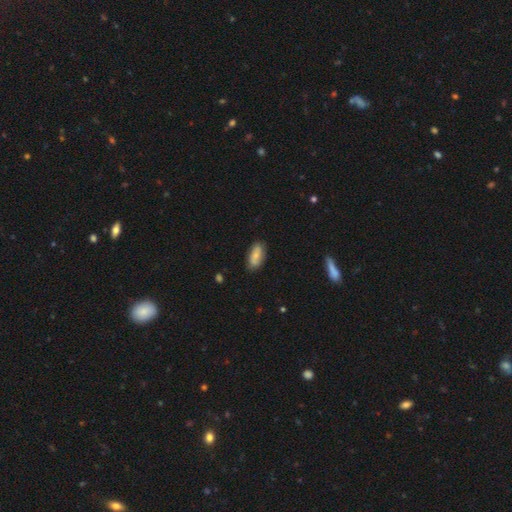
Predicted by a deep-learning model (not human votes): The model was most divided on "smooth or featured": smooth: 67%, featured or disk: 26%, star or artifact: 7%. More confident: how rounded — in between (87%); merging — none (80%).